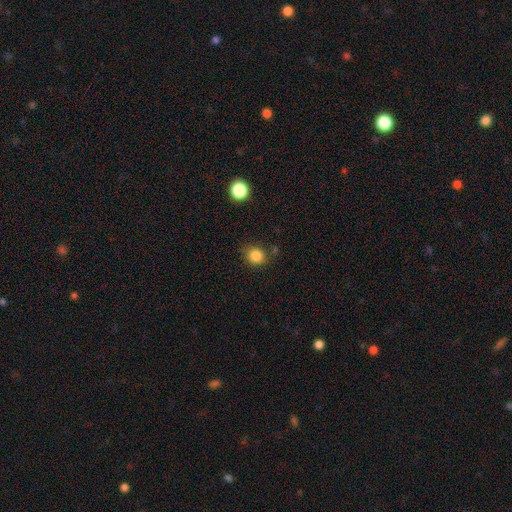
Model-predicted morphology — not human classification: Smooth or featured? smooth (85%)
How rounded? round (85%)
Merging? none (79%)